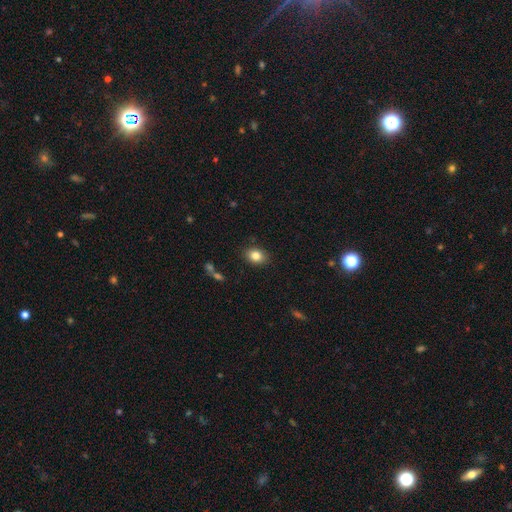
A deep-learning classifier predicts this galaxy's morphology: Smooth or featured?
  - smooth: 84% *
  - star or artifact: 9%
  - featured or disk: 7%
How rounded?
  - in between: 68% *
  - round: 31%
  - cigar-shaped: 1%
Merging?
  - none: 86% *
  - minor disturbance: 10%
  - major disturbance: 3%
  - merger: 2%